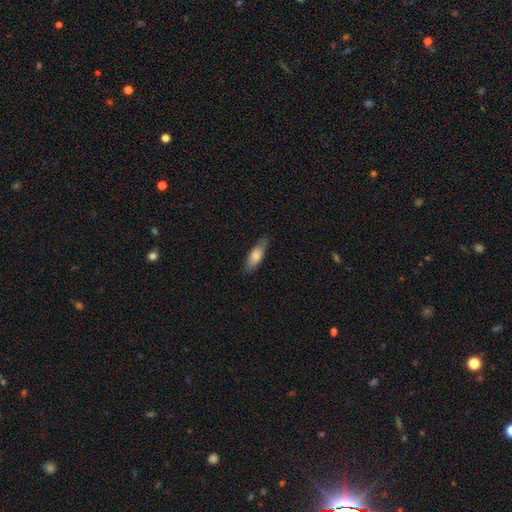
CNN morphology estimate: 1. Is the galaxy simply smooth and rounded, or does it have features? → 76% smooth, 18% featured or disk, 6% star or artifact.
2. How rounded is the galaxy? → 63% in between, 35% cigar-shaped, 2% round.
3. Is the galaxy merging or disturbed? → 81% none, 15% minor disturbance, 3% major disturbance, 1% merger.